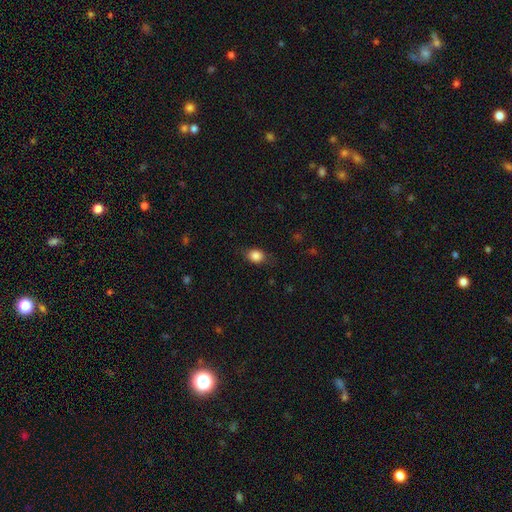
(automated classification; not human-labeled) smooth-or-featured: smooth: 85% | star or artifact: 9% | featured or disk: 6%
  how-rounded: in between: 53% | round: 46% | cigar-shaped: 2%
  merging: none: 78% | minor disturbance: 17% | major disturbance: 5% | merger: 1%